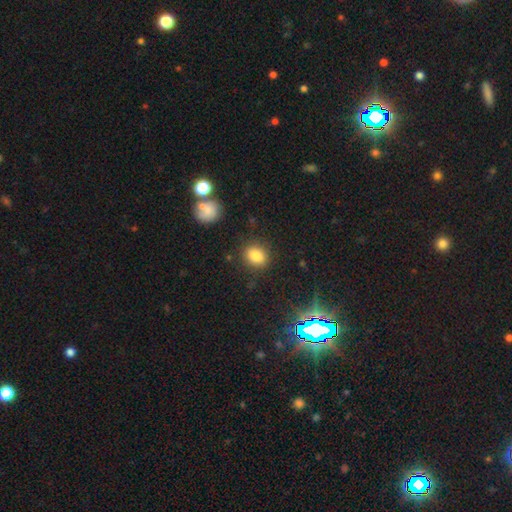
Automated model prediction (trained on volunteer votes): smooth_or_featured: smooth (p=0.83) [alt: star or artifact p=0.11]
how_rounded: round (p=0.50) [alt: in between p=0.49]
merging: none (p=0.85) [alt: minor disturbance p=0.10]